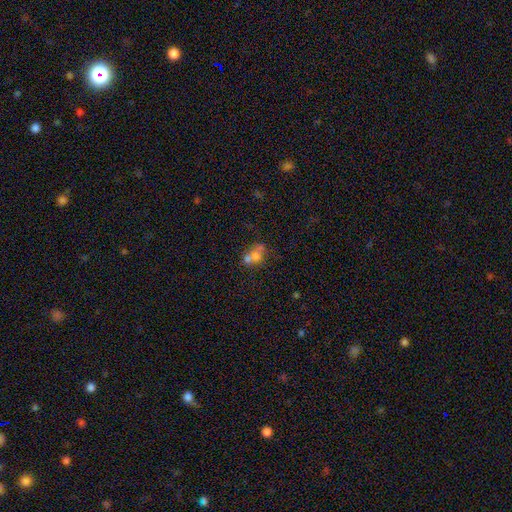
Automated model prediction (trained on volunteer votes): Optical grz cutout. It shows a smooth galaxy with no disk features (58%) that is round (56%). Merging: merger (58%).